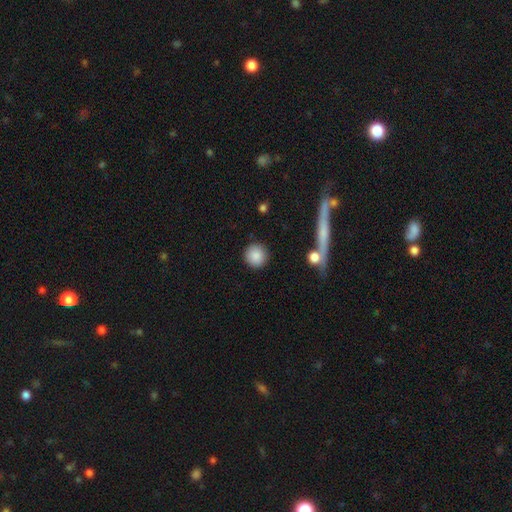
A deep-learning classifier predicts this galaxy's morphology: smooth-or-featured: smooth: 87% | star or artifact: 8% | featured or disk: 5%
  how-rounded: round: 94% | in between: 5% | cigar-shaped: 1%
  merging: none: 90% | minor disturbance: 6% | major disturbance: 2% | merger: 2%